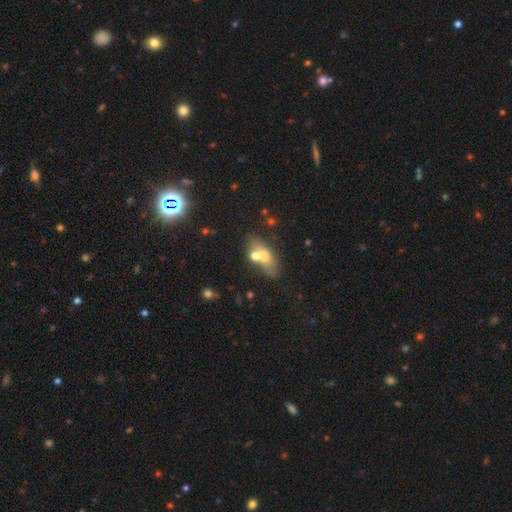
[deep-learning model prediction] A smooth galaxy with no disk features (57%) that is in between round and cigar-shaped (68%). Merging: none (42%).